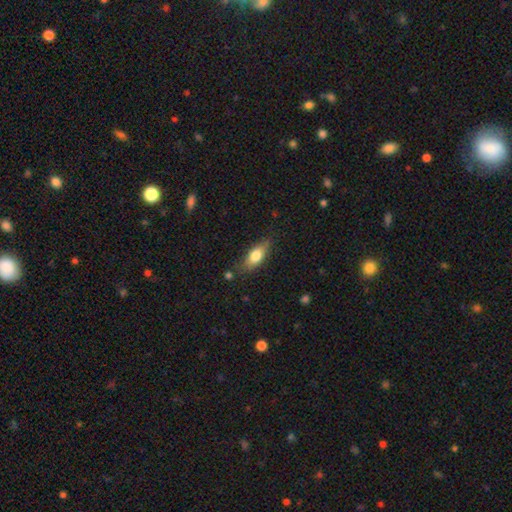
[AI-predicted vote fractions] Overall: smooth (74%). How rounded: in between (75%). Merging: none (75%).